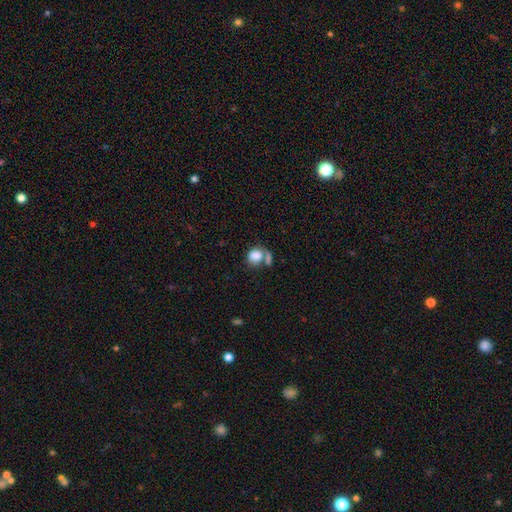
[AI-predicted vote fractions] smooth 82%, featured or disk 9%, star or artifact 9%. Down the decision tree: how rounded — in between (51%); merging — merger (41%).